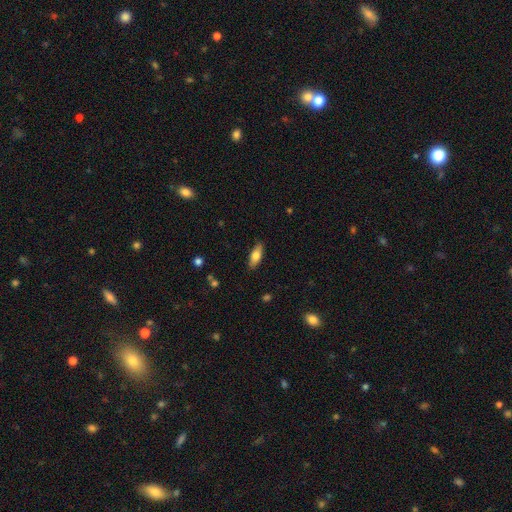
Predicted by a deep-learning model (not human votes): Overall: smooth (73%). How rounded: in between (71%). Merging: none (87%).